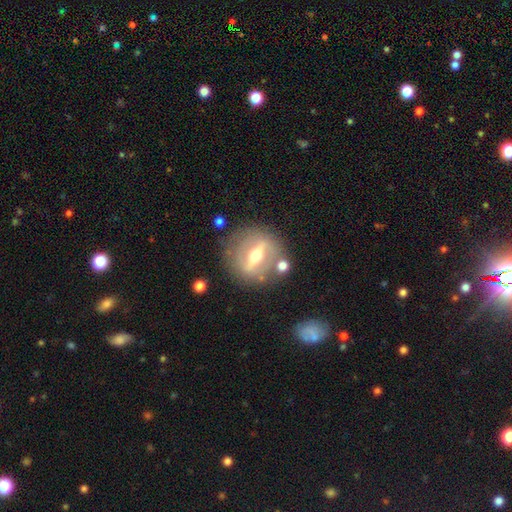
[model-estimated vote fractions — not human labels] Q: Smooth or featured?
A: featured or disk (76%); runner-up: smooth (18%)
Q: Edge-on disk?
A: no (67%); runner-up: yes (33%)
Q: Bar?
A: strong (76%); runner-up: weak (17%)
Q: Spiral arms?
A: no (76%); runner-up: yes (24%)
Q: Bulge size?
A: moderate (72%); runner-up: small (15%)
Q: Merging?
A: none (77%); runner-up: minor disturbance (12%)